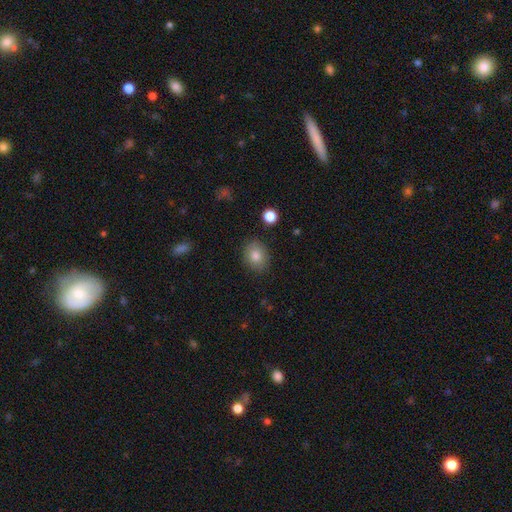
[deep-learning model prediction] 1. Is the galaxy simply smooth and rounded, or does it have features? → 82% smooth, 9% star or artifact, 9% featured or disk.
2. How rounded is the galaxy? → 50% round, 49% in between, 1% cigar-shaped.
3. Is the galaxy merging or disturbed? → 86% none, 10% minor disturbance, 3% major disturbance, 2% merger.